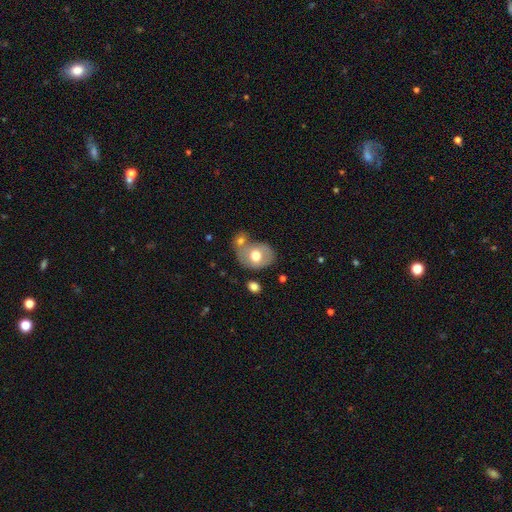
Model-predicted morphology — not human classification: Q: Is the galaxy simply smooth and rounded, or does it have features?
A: smooth — 62%.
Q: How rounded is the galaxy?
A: in between — 59%.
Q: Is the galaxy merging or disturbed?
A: none — 44%.